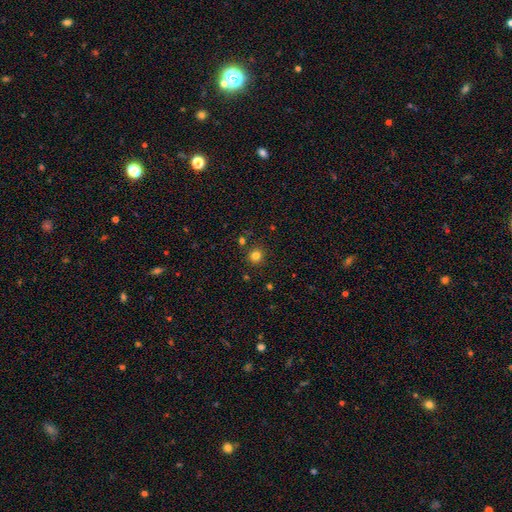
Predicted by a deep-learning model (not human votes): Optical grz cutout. It shows a smooth galaxy with no disk features (80%) that is round (91%). Merging: none (87%).